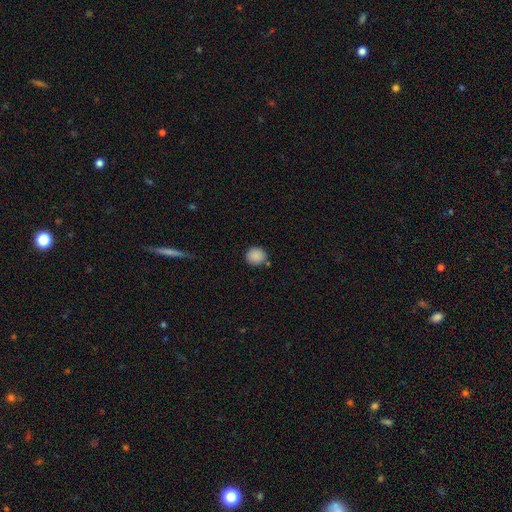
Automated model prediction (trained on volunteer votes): Q: Smooth or featured?
A: smooth (88%); runner-up: star or artifact (9%)
Q: How rounded?
A: round (87%); runner-up: in between (12%)
Q: Merging?
A: none (82%); runner-up: minor disturbance (11%)